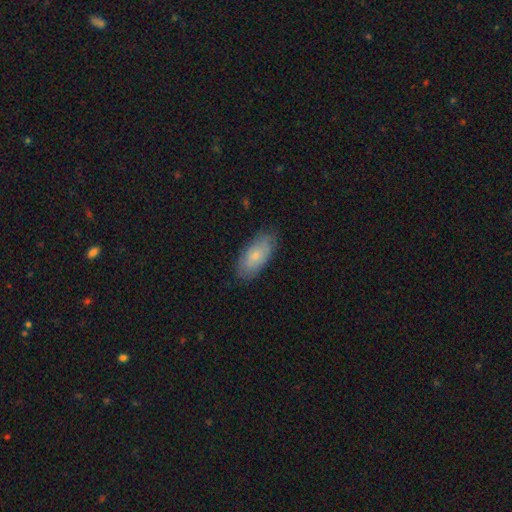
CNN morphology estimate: Overall: smooth (72%). How rounded: in between (90%). Merging: none (80%).